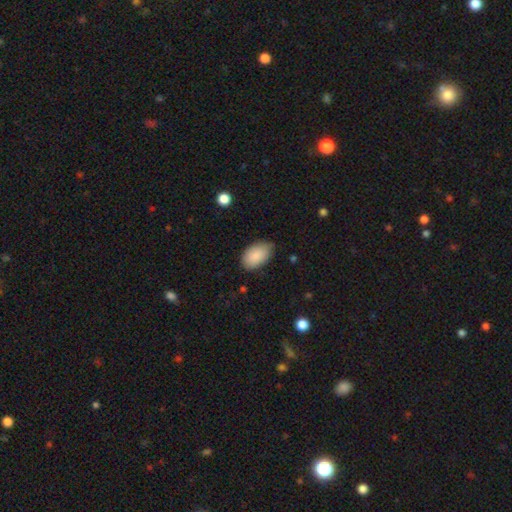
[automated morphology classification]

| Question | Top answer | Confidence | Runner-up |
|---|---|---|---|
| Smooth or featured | smooth | 88% | star or artifact (6%) |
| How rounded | in between | 93% | round (6%) |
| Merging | none | 73% | minor disturbance (22%) |